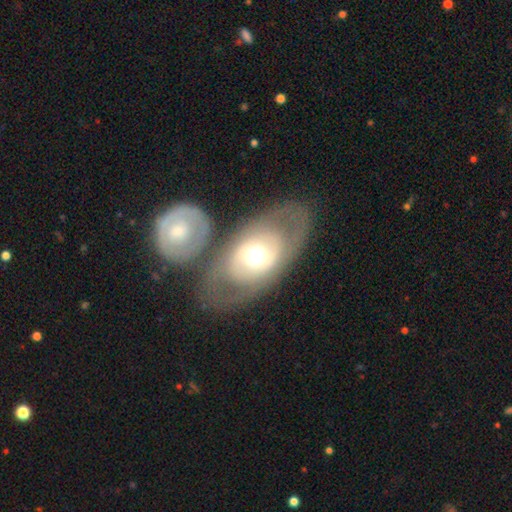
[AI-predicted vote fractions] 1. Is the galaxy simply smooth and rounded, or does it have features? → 59% featured or disk, 36% smooth, 6% star or artifact.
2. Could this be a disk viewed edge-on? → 89% no, 11% yes.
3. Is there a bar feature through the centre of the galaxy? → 78% no, 15% weak, 7% strong.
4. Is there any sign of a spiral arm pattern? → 71% no, 29% yes.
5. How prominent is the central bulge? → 66% moderate, 21% large, 9% small, 2% dominant, 1% none.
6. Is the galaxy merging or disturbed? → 65% none, 14% merger, 13% minor disturbance, 8% major disturbance.